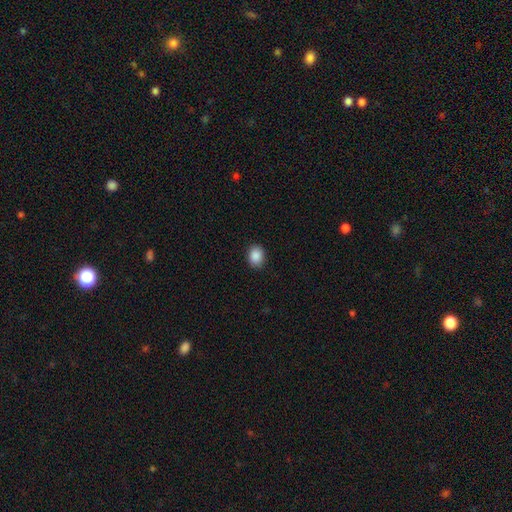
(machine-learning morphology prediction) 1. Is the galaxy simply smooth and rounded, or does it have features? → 89% smooth, 8% star or artifact, 3% featured or disk.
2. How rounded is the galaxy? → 57% in between, 42% round, 1% cigar-shaped.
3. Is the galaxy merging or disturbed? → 88% none, 9% minor disturbance, 2% major disturbance, 1% merger.